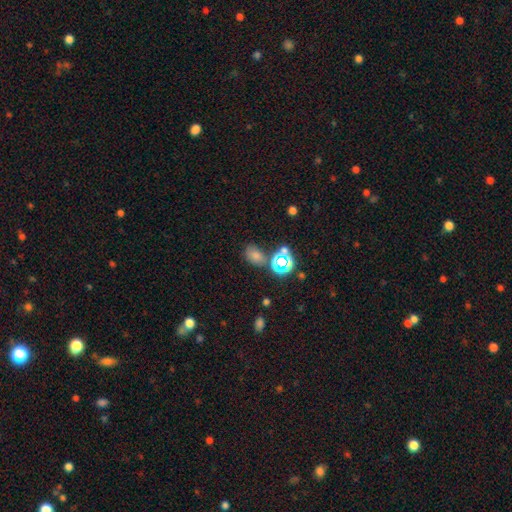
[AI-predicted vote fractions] This is likely a smooth galaxy (64%). How rounded: likely in between (73%). Merging: likely none (62%).